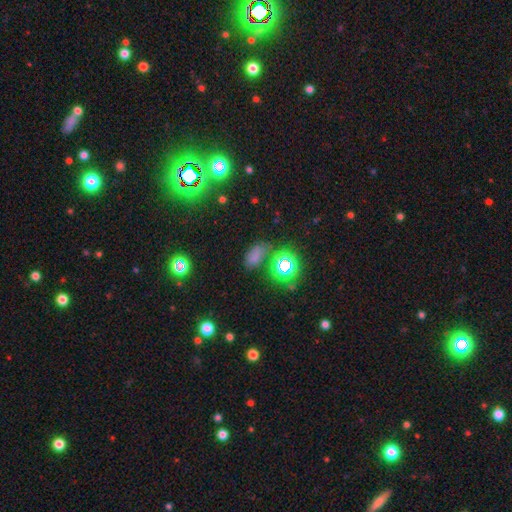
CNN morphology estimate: A smooth galaxy with no disk features (56%) that is in between round and cigar-shaped (83%).

Vote fractions:
- Smooth or featured? smooth: 56% / star or artifact: 36% / featured or disk: 7%
- How rounded? in between: 83% / round: 13% / cigar-shaped: 4%
- Merging? none: 63% / minor disturbance: 20% / major disturbance: 9% / merger: 8%